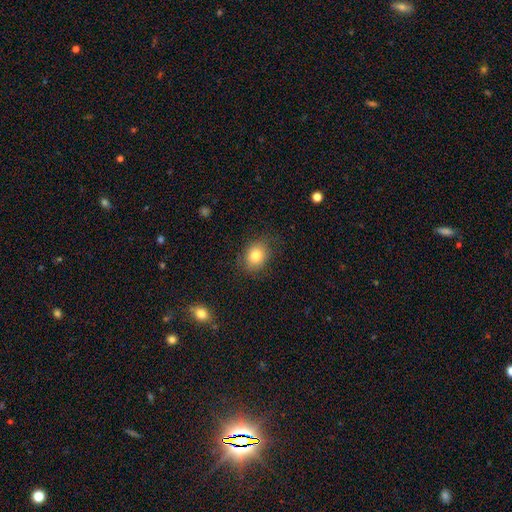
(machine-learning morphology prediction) This is clearly a smooth galaxy (80%). How rounded: possibly in between (50%). Merging: likely none (79%).